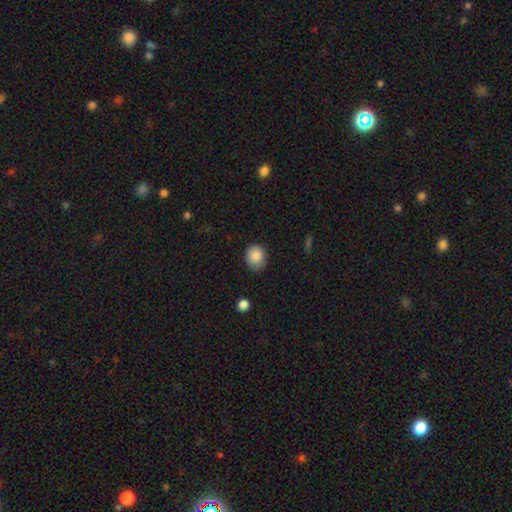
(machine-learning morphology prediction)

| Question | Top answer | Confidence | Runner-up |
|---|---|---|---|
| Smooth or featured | smooth | 86% | star or artifact (9%) |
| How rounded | round | 67% | in between (32%) |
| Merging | none | 79% | minor disturbance (17%) |